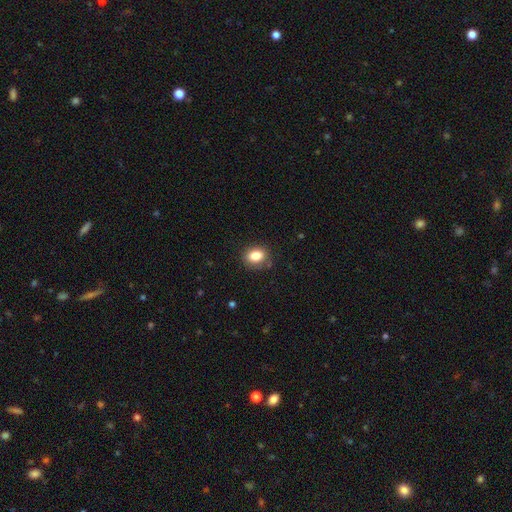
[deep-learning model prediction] Smooth or featured?
  - smooth: 83% *
  - star or artifact: 9%
  - featured or disk: 7%
How rounded?
  - in between: 61% *
  - round: 38%
  - cigar-shaped: 1%
Merging?
  - none: 83% *
  - minor disturbance: 12%
  - major disturbance: 3%
  - merger: 2%